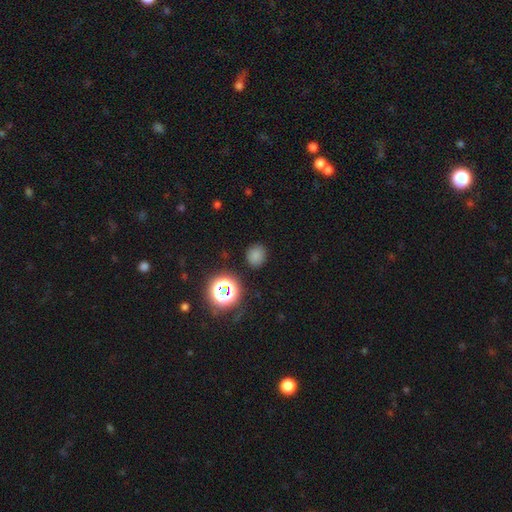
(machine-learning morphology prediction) A smooth galaxy with no disk features (75%) that is round (78%).

Vote fractions:
- Smooth or featured? smooth: 75% / star or artifact: 20% / featured or disk: 5%
- How rounded? round: 78% / in between: 21% / cigar-shaped: 1%
- Merging? none: 85% / minor disturbance: 10% / major disturbance: 3% / merger: 2%